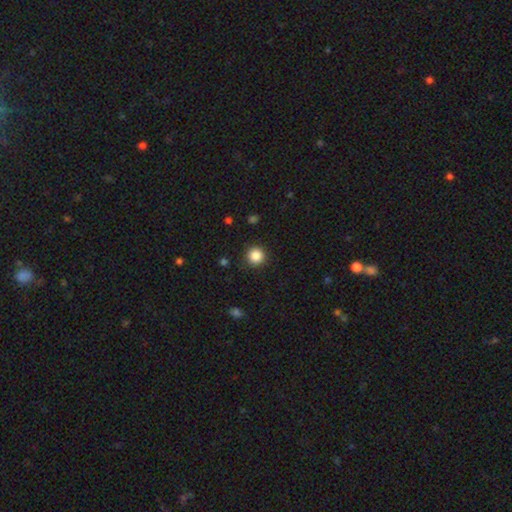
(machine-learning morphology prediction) This is clearly a smooth galaxy (86%). How rounded: clearly round (95%). Merging: clearly none (90%).